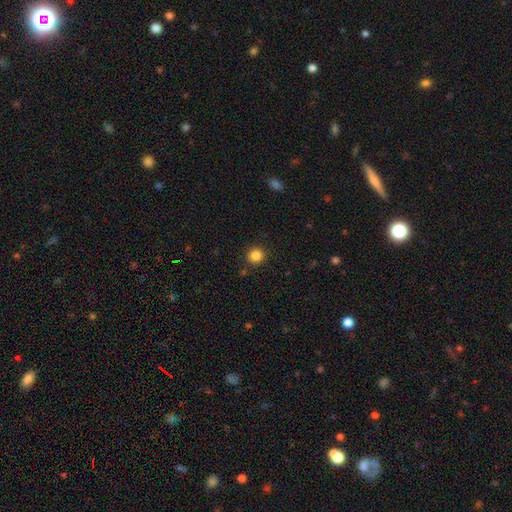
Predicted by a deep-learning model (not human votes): smooth 85%, star or artifact 11%, featured or disk 4%. Down the decision tree: how rounded — round (93%); merging — none (89%).